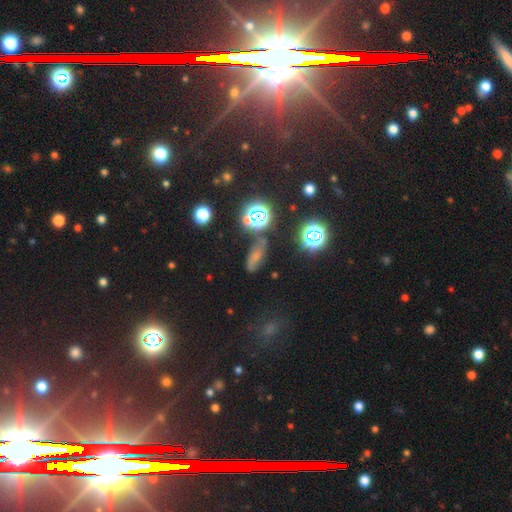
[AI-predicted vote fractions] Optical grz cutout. It shows a smooth galaxy with no disk features (41%). Merging: none (60%).